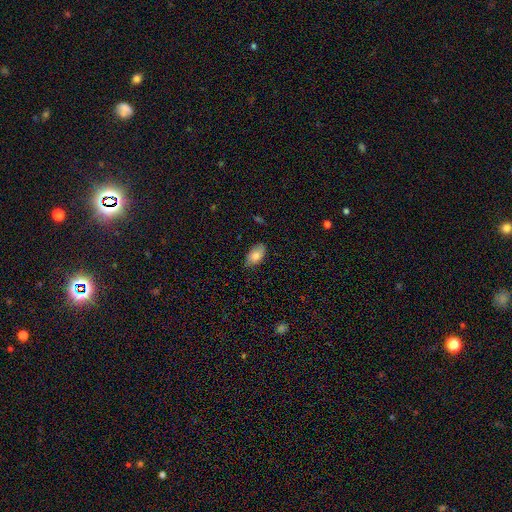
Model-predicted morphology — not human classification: Smooth or featured? Predicted: smooth (p=0.79). How rounded? Predicted: in between (p=0.94). Merging? Predicted: none (p=0.79).